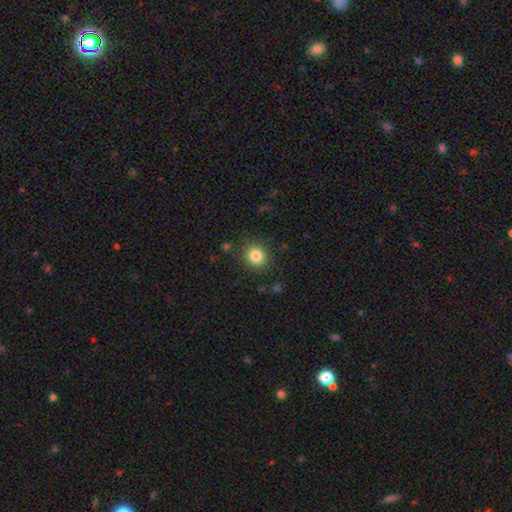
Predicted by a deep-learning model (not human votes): smooth 83%, star or artifact 11%, featured or disk 6%. Down the decision tree: how rounded — round (83%); merging — none (87%).